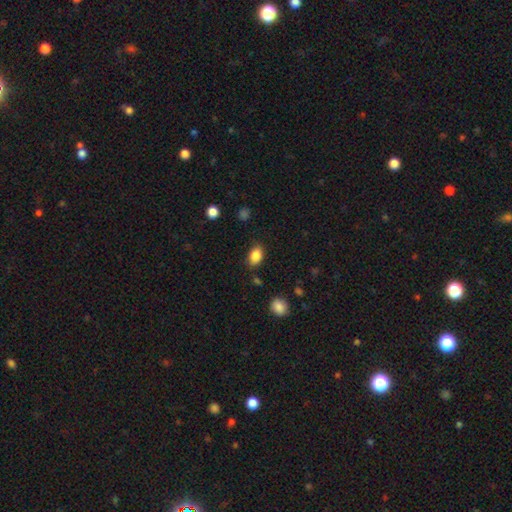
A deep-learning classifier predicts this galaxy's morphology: Q: Smooth or featured?
A: smooth (86%); runner-up: star or artifact (9%)
Q: How rounded?
A: in between (84%); runner-up: round (14%)
Q: Merging?
A: none (83%); runner-up: minor disturbance (12%)